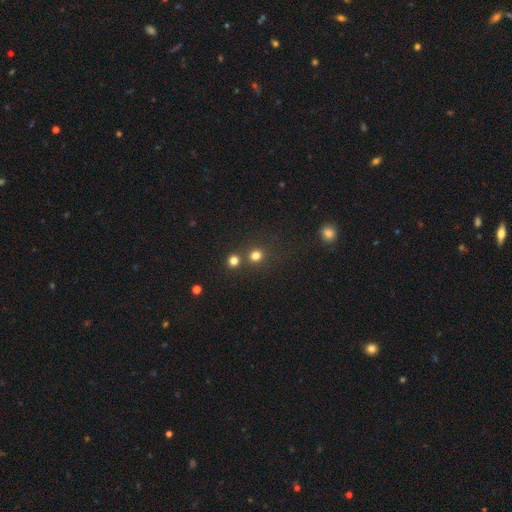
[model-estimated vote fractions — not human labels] A smooth galaxy with no disk features (76%) that is round (89%).

Vote fractions:
- Smooth or featured? smooth: 76% / star or artifact: 19% / featured or disk: 6%
- How rounded? round: 89% / in between: 10% / cigar-shaped: 1%
- Merging? none: 71% / merger: 20% / minor disturbance: 6% / major disturbance: 3%